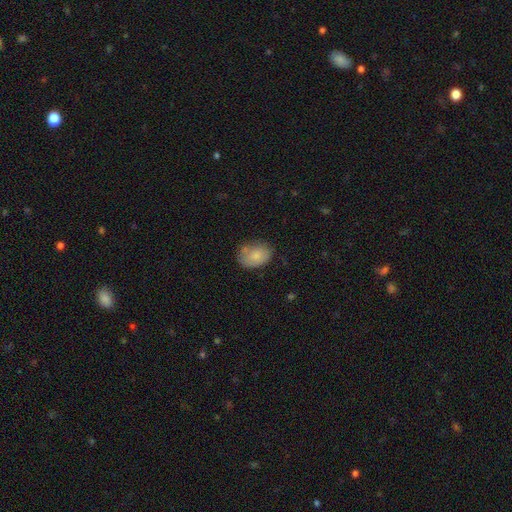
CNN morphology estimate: Smooth or featured?
  - smooth: 81% *
  - featured or disk: 12%
  - star or artifact: 7%
How rounded?
  - in between: 77% *
  - round: 22%
  - cigar-shaped: 1%
Merging?
  - none: 63% *
  - minor disturbance: 26%
  - major disturbance: 6%
  - merger: 5%